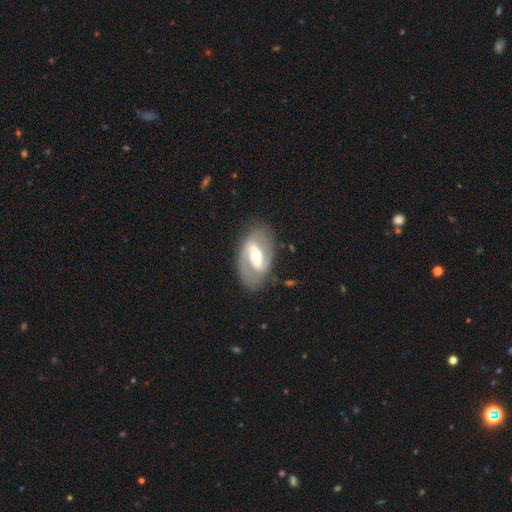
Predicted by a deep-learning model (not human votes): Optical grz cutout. It shows a featured or disk galaxy (81%) with a strong bar (53%), 2 (86%) medium (47%) spiral arms (79%) and a moderate central bulge (70%). Merging: none (78%).